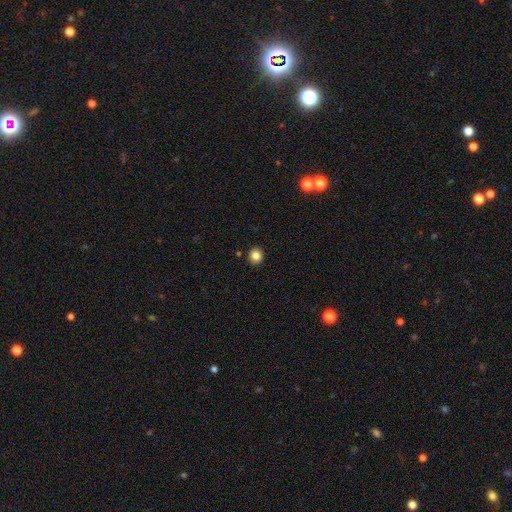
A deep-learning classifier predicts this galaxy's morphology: This appears to be a smooth galaxy with no disk features (84%) that is round (85%). Merging: none (91%).